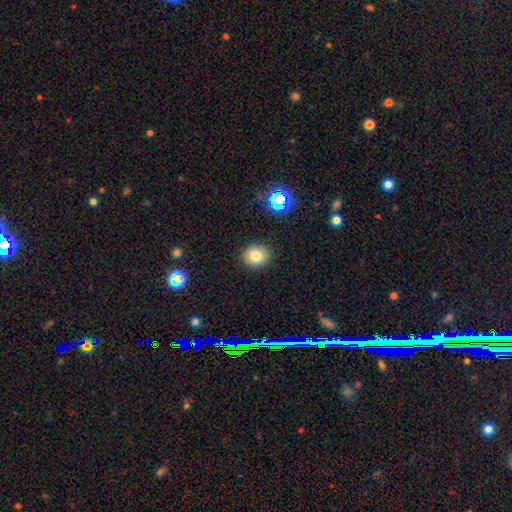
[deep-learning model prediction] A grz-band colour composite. It shows a smooth galaxy with no disk features (79%) that is round (78%). Merging: none (89%).